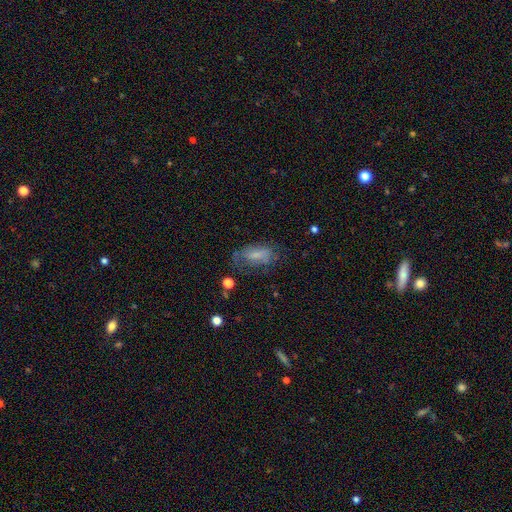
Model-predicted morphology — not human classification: The model was most divided on "merging": none: 48%, minor disturbance: 27%, major disturbance: 23%, merger: 3%. More confident: how rounded — in between (83%); smooth or featured — smooth (57%).